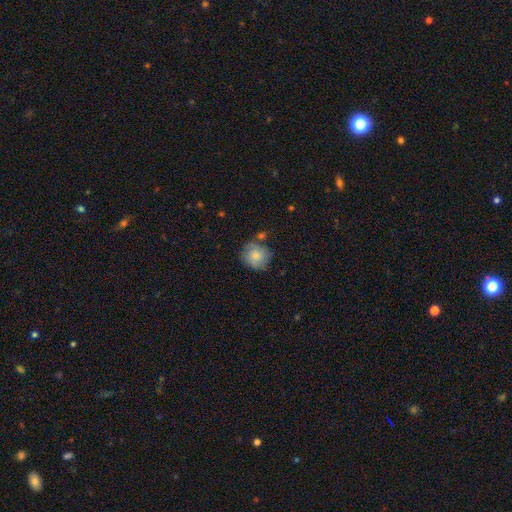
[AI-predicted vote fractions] Smooth or featured: smooth — 80% (featured or disk — 13%)
How rounded: round — 88% (in between — 11%)
Merging: none — 69% (minor disturbance — 19%)